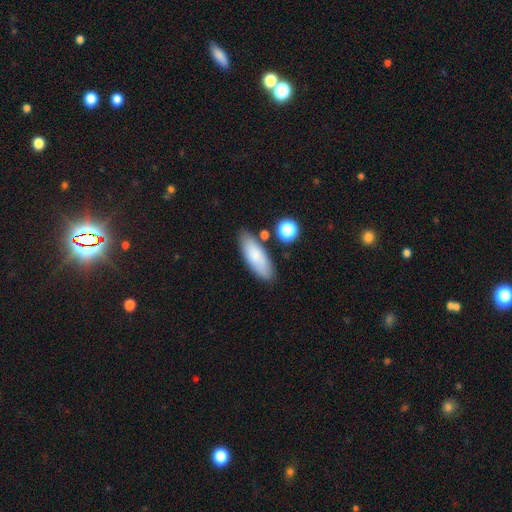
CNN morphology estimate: This is clearly a smooth galaxy (80%). How rounded: likely in between (68%). Merging: likely none (79%).